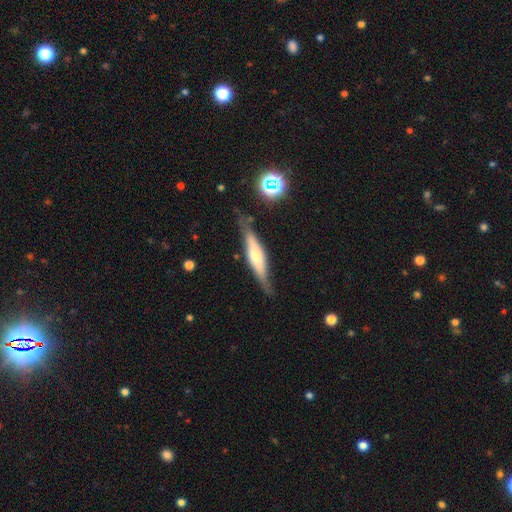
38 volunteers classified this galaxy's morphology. smooth_or_featured: featured or disk (p=0.50) [alt: smooth p=0.42]
disk_edge_on: yes (p=0.89) [alt: no p=0.11]
edge_on_bulge: rounded (p=0.65) [alt: boxy p=0.29]
merging: none (p=0.71) [alt: minor disturbance p=0.23]